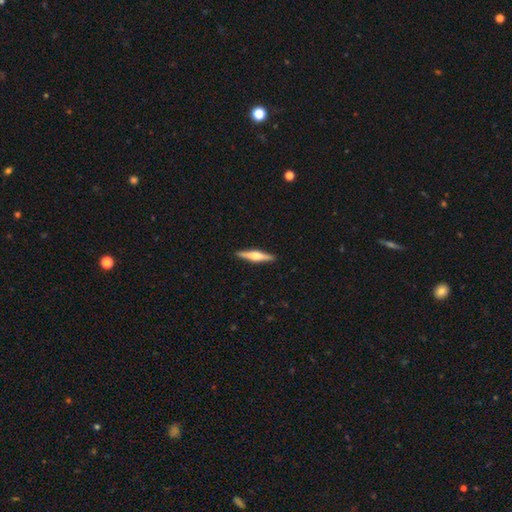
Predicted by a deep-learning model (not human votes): smooth-or-featured: featured or disk: 60% | smooth: 34% | star or artifact: 5%
  disk-edge-on: yes: 98% | no: 2%
    edge-on-bulge: rounded: 82% | boxy: 13% | none: 5%
  merging: none: 91% | minor disturbance: 6% | major disturbance: 1% | merger: 1%